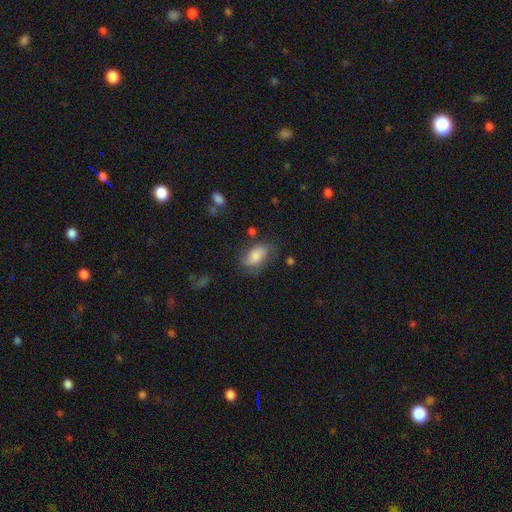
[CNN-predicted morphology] smooth-or-featured: smooth: 64% | featured or disk: 28% | star or artifact: 8%
  how-rounded: in between: 90% | round: 7% | cigar-shaped: 3%
  merging: none: 59% | minor disturbance: 26% | major disturbance: 13% | merger: 3%